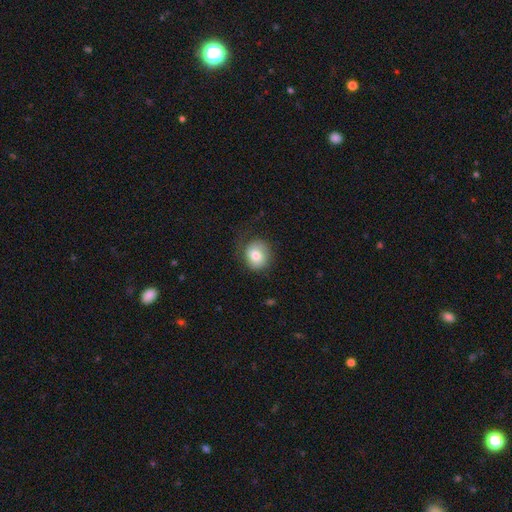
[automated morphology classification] Overall: smooth (77%). How rounded: round (76%). Merging: none (67%).